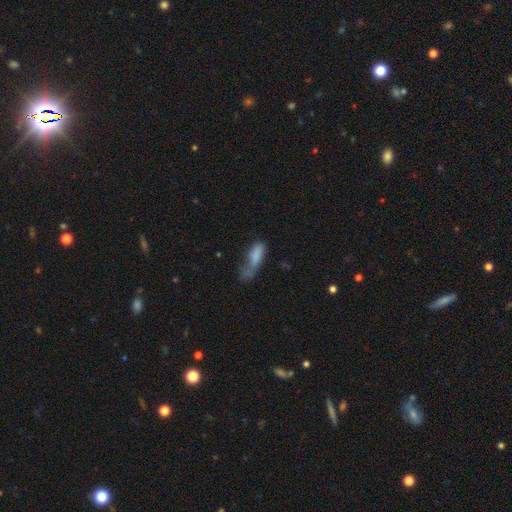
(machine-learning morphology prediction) A smooth galaxy with no disk features (73%) that is in between round and cigar-shaped (61%). Merging: major disturbance (41%).